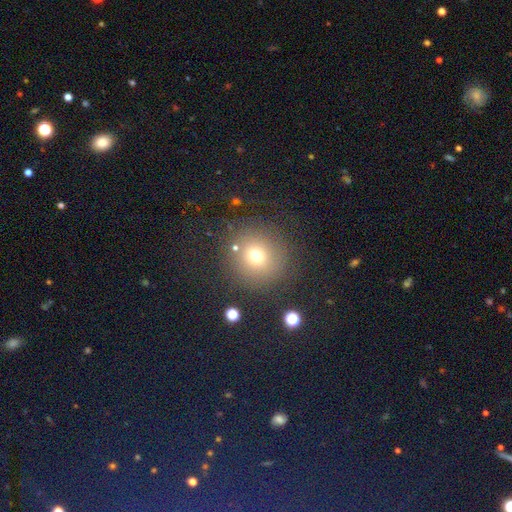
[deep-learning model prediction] Smooth or featured? Predicted: smooth (p=0.70). How rounded? Predicted: round (p=0.92). Merging? Predicted: none (p=0.83).